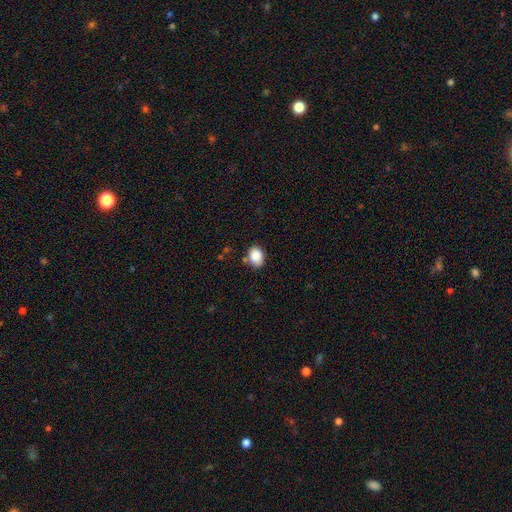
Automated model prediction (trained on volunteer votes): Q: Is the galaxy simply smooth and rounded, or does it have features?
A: smooth — 87%.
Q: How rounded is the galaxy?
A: in between — 71%.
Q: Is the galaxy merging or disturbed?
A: none — 76%.